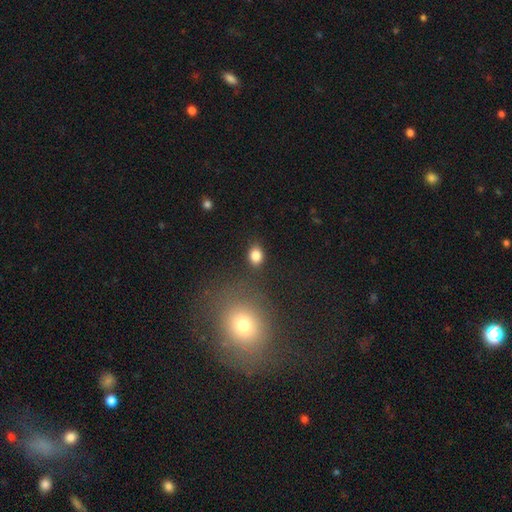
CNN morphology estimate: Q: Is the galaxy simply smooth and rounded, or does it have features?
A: smooth — 84%.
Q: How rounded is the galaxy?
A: in between — 51%.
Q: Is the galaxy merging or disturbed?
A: none — 82%.